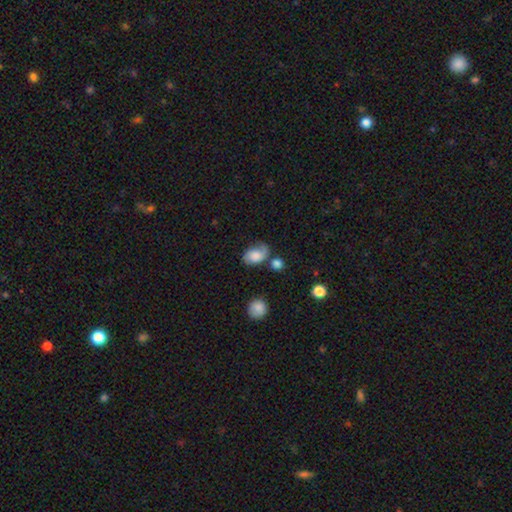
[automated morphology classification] Smooth or featured: smooth — 59% (featured or disk — 32%)
How rounded: in between — 82% (round — 17%)
Merging: none — 50% (minor disturbance — 28%)